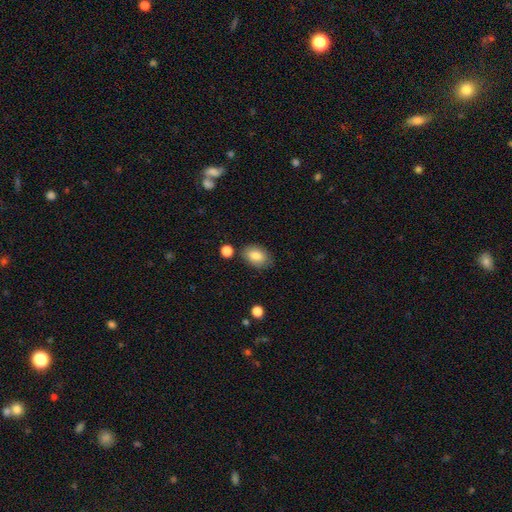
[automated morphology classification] Smooth or featured: smooth — 84% (featured or disk — 9%)
How rounded: in between — 83% (round — 16%)
Merging: none — 79% (minor disturbance — 14%)